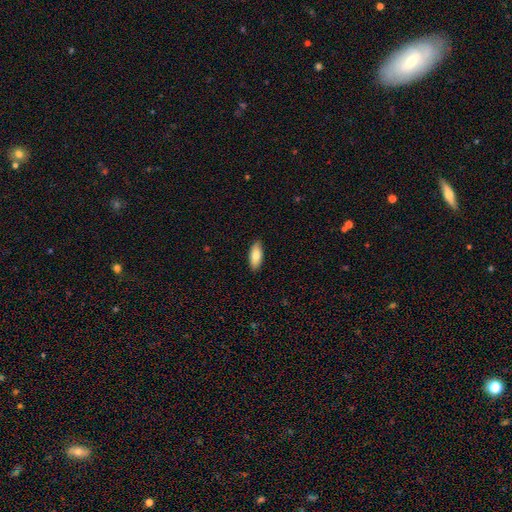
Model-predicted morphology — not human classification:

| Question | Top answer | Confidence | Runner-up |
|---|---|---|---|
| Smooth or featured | smooth | 81% | featured or disk (13%) |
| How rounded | in between | 82% | cigar-shaped (16%) |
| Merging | none | 88% | minor disturbance (9%) |